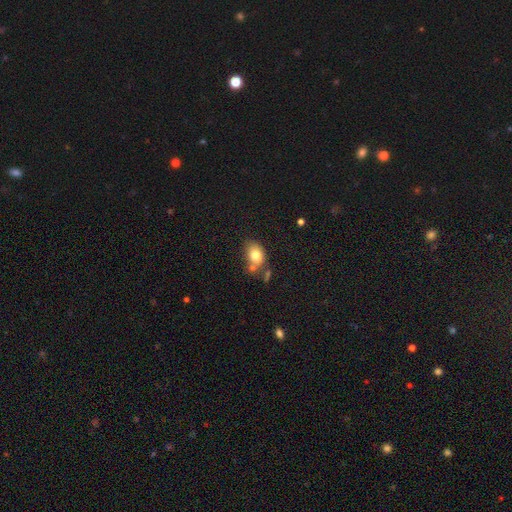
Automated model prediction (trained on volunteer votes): A smooth galaxy with no disk features (77%) that is in between round and cigar-shaped (71%). Merging: none (47%).